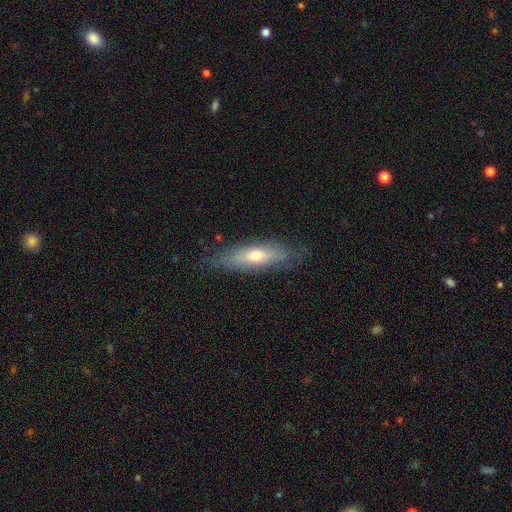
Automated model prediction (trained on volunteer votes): Smooth or featured? Predicted: smooth (p=0.57). How rounded? Predicted: cigar-shaped (p=0.55). Merging? Predicted: none (p=0.77).